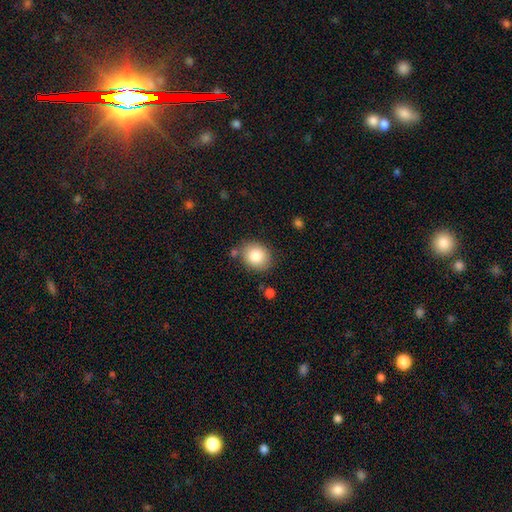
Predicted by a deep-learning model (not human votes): Smooth or featured: smooth — 82% (featured or disk — 9%)
How rounded: round — 62% (in between — 37%)
Merging: none — 80% (minor disturbance — 12%)